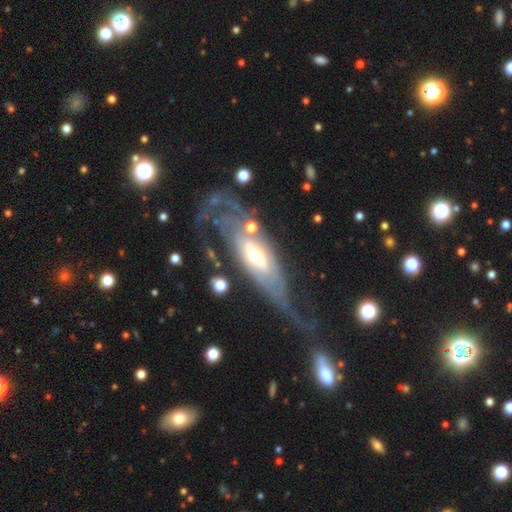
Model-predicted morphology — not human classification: Smooth or featured? featured or disk (84%)
Edge-on disk? no (82%)
Bar? no (58%)
Spiral arms? yes (83%)
Spiral winding? tight (42%)
Spiral arm count? 2 (41%)
Bulge size? moderate (64%)
Merging? none (52%)